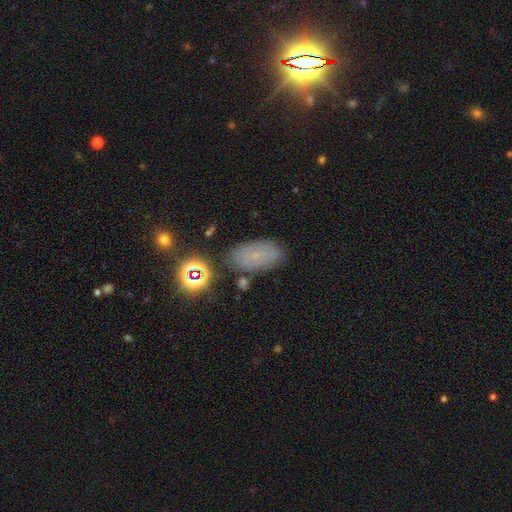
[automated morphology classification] This appears to be a smooth galaxy with no disk features (52%) that is in between round and cigar-shaped (90%). Merging: none (77%).